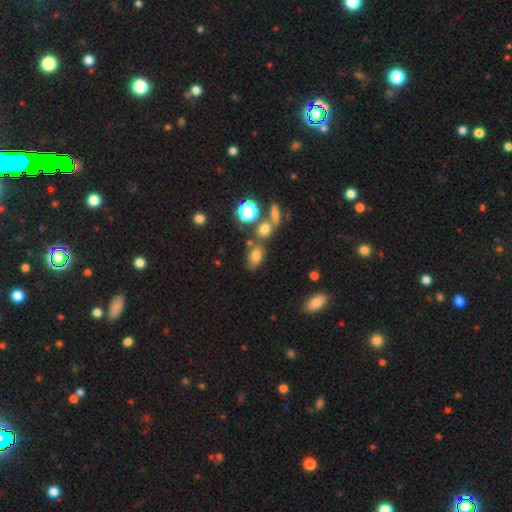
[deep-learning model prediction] Q: Smooth or featured?
A: smooth (72%); runner-up: star or artifact (15%)
Q: How rounded?
A: in between (80%); runner-up: round (17%)
Q: Merging?
A: none (60%); runner-up: merger (20%)